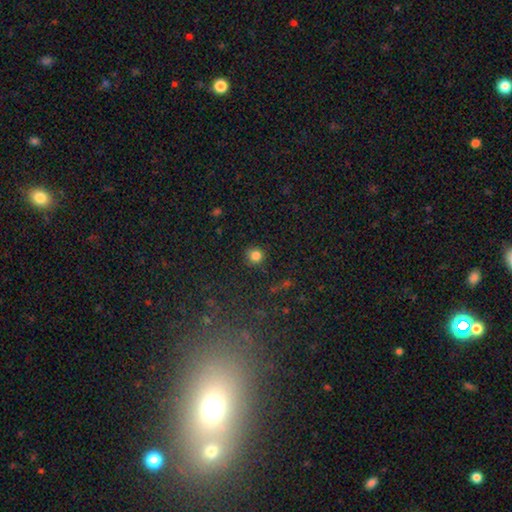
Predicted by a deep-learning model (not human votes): Smooth or featured?
  - smooth: 82% *
  - star or artifact: 13%
  - featured or disk: 5%
How rounded?
  - round: 92% *
  - in between: 7%
  - cigar-shaped: 1%
Merging?
  - none: 88% *
  - minor disturbance: 8%
  - major disturbance: 2%
  - merger: 2%